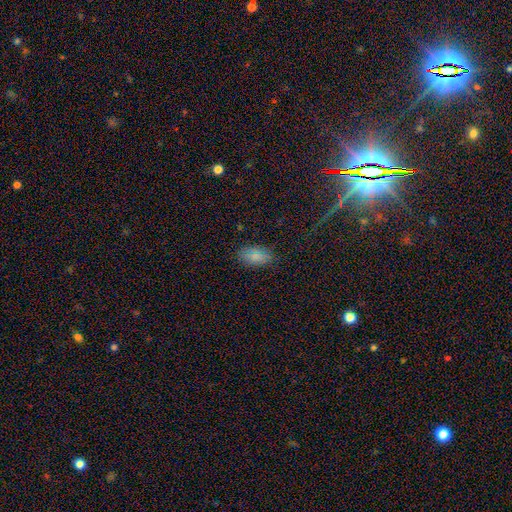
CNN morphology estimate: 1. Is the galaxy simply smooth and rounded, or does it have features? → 82% smooth, 11% star or artifact, 7% featured or disk.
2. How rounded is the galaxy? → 93% in between, 4% round, 3% cigar-shaped.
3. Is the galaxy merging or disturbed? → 84% none, 12% minor disturbance, 3% major disturbance, 1% merger.